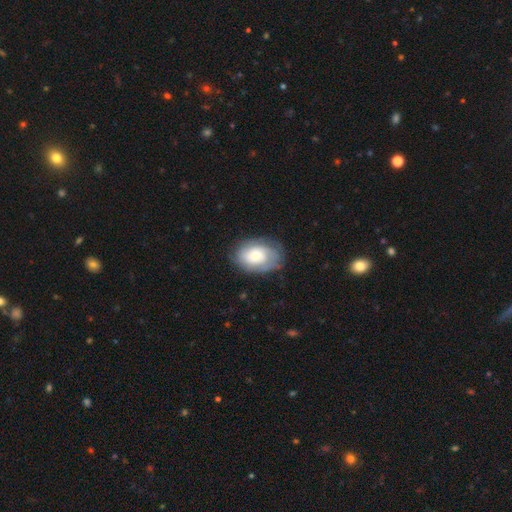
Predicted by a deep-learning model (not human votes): Smooth or featured: featured or disk — 48% (smooth — 45%)
Merging: none — 70% (minor disturbance — 21%)